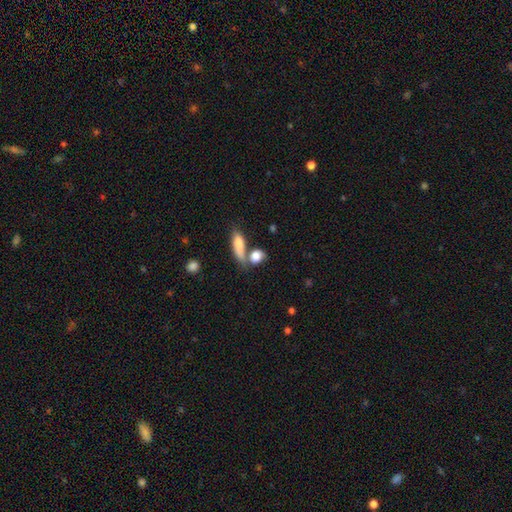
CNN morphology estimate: type=smooth (83%); roundness=in between (57%); merging=none (45%).